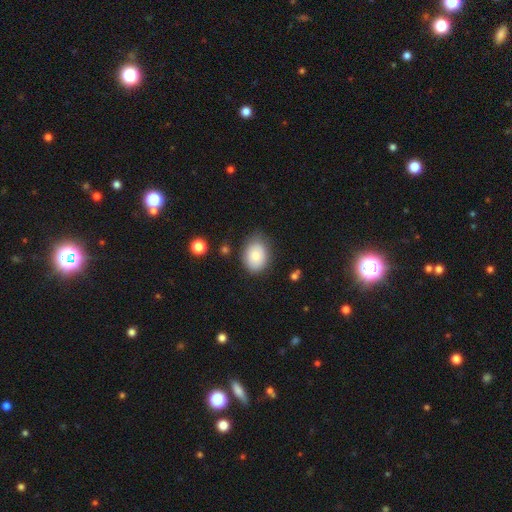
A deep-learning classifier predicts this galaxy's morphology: smooth 80%, featured or disk 13%, star or artifact 8%. Down the decision tree: how rounded — in between (71%); merging — none (75%).